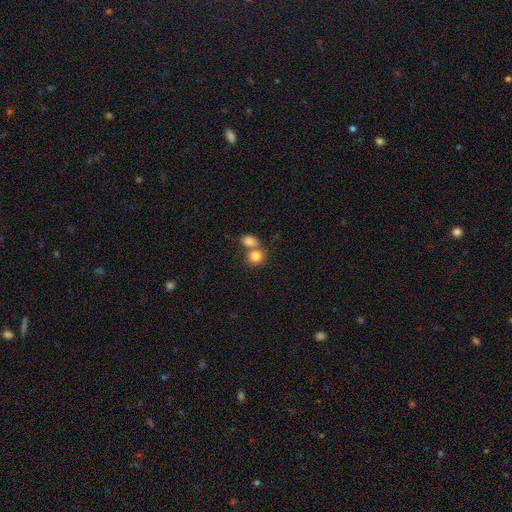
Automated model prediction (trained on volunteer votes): Q: Smooth or featured?
A: smooth (82%); runner-up: star or artifact (10%)
Q: How rounded?
A: round (71%); runner-up: in between (28%)
Q: Merging?
A: merger (47%); runner-up: none (42%)